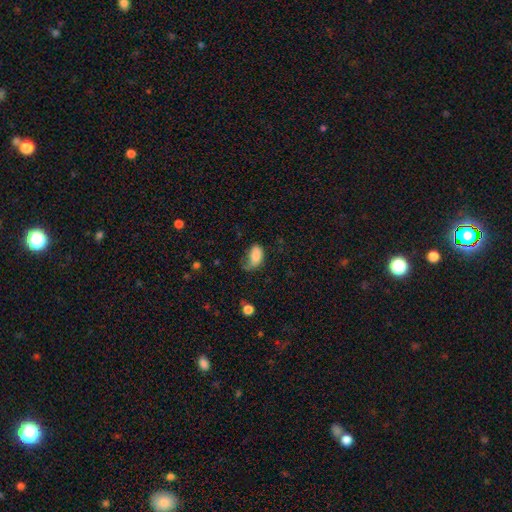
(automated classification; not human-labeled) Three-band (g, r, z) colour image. It shows a smooth galaxy with no disk features (78%) that is in between round and cigar-shaped (91%). Merging: none (33%, tied with minor disturbance).